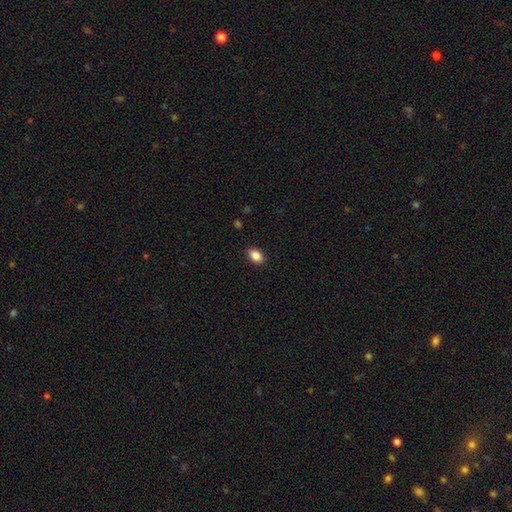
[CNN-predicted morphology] Q: Smooth or featured?
A: smooth (87%); runner-up: star or artifact (8%)
Q: How rounded?
A: in between (87%); runner-up: round (11%)
Q: Merging?
A: none (89%); runner-up: minor disturbance (8%)